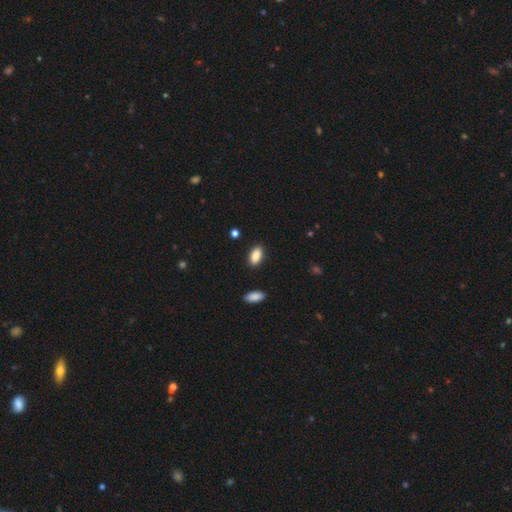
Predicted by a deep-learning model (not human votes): Smooth or featured: smooth — 89% (star or artifact — 7%)
How rounded: in between — 91% (cigar-shaped — 6%)
Merging: none — 88% (minor disturbance — 9%)